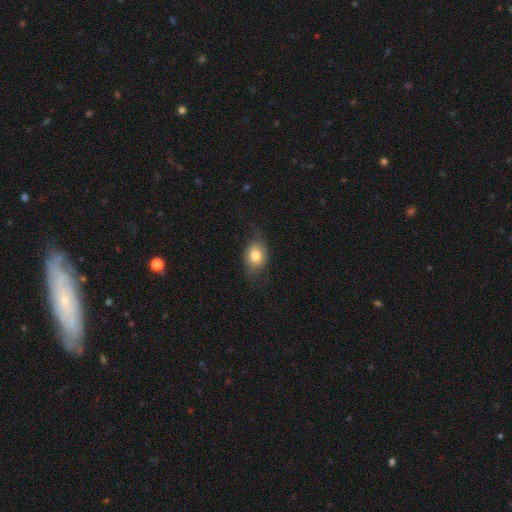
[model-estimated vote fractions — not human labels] The model was most divided on "merging": none: 64%, minor disturbance: 26%, major disturbance: 9%, merger: 1%. More confident: smooth or featured — smooth (77%); how rounded — in between (68%).